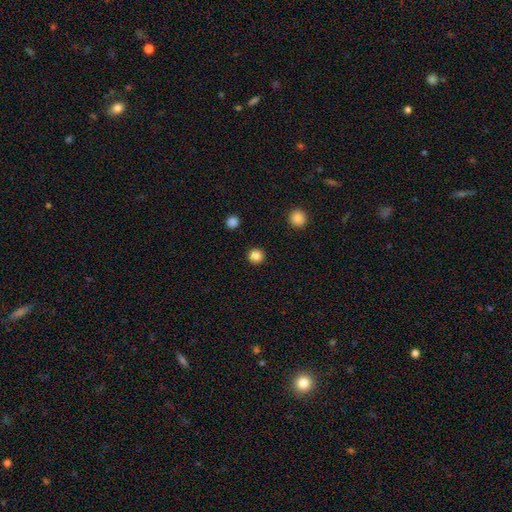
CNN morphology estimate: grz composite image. It shows a smooth galaxy with no disk features (85%) that is round (94%). Merging: none (93%).